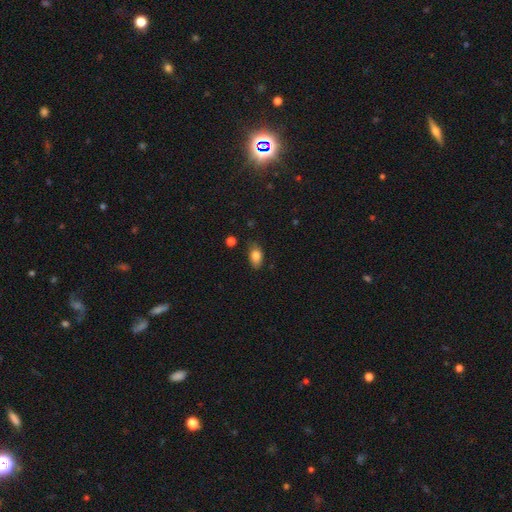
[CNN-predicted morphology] Smooth or featured?
  - smooth: 83% *
  - star or artifact: 9%
  - featured or disk: 8%
How rounded?
  - in between: 87% *
  - round: 10%
  - cigar-shaped: 3%
Merging?
  - none: 71% *
  - minor disturbance: 22%
  - major disturbance: 5%
  - merger: 2%